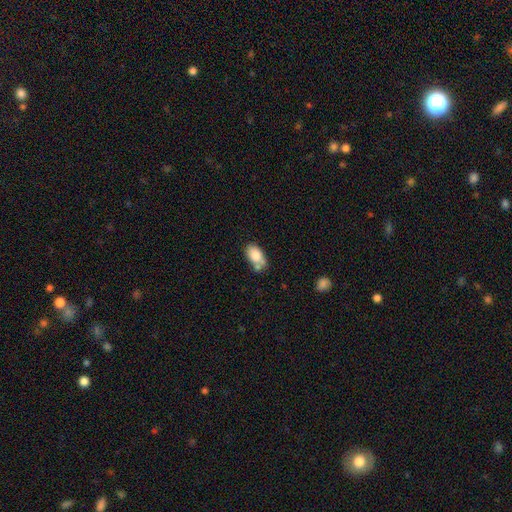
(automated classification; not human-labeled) smooth_or_featured: smooth (p=0.82) [alt: featured or disk p=0.11]
how_rounded: in between (p=0.89) [alt: round p=0.09]
merging: none (p=0.47) [alt: merger p=0.25]